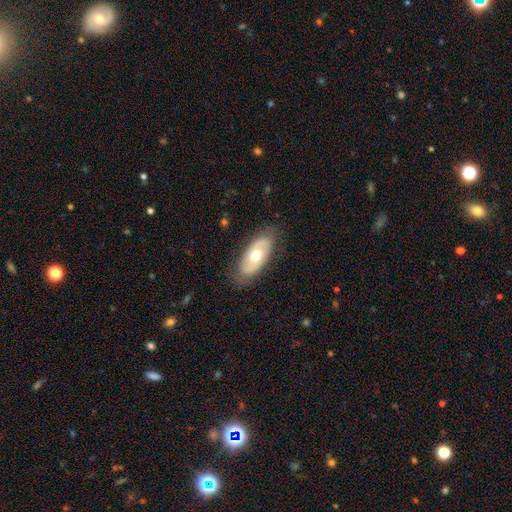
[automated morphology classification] Overall: featured or disk (50%; smooth 44%). Edge-on disk: no (85%). Merging: none (81%).